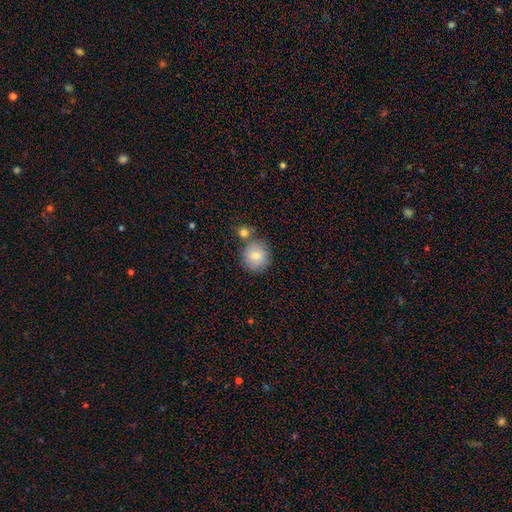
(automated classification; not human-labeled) Smooth or featured? smooth (79%)
How rounded? round (90%)
Merging? none (67%)